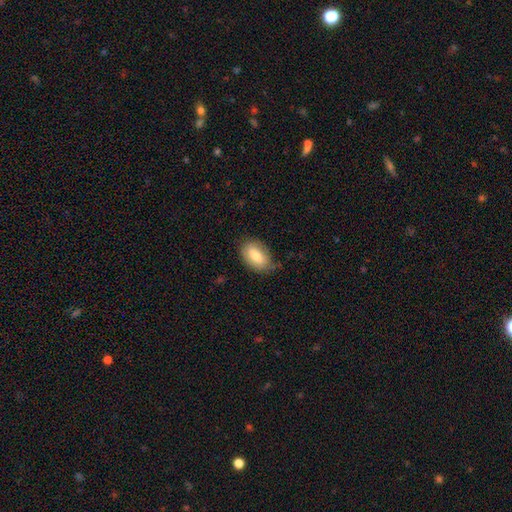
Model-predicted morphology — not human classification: Smooth or featured? smooth (77%)
How rounded? in between (90%)
Merging? none (73%)